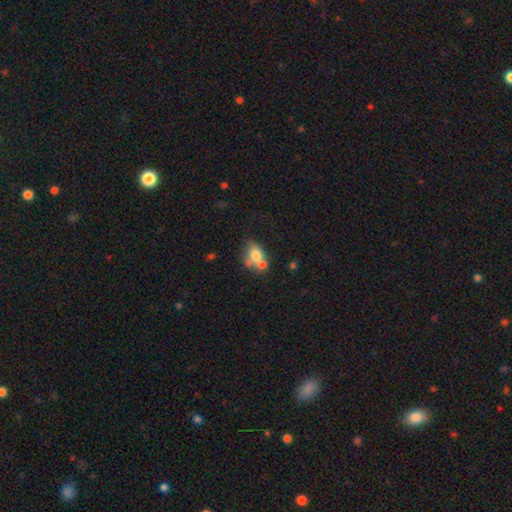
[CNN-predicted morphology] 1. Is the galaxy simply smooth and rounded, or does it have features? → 69% smooth, 21% featured or disk, 10% star or artifact.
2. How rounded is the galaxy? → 67% in between, 31% round, 2% cigar-shaped.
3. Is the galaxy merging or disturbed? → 47% merger, 33% none, 13% minor disturbance, 7% major disturbance.